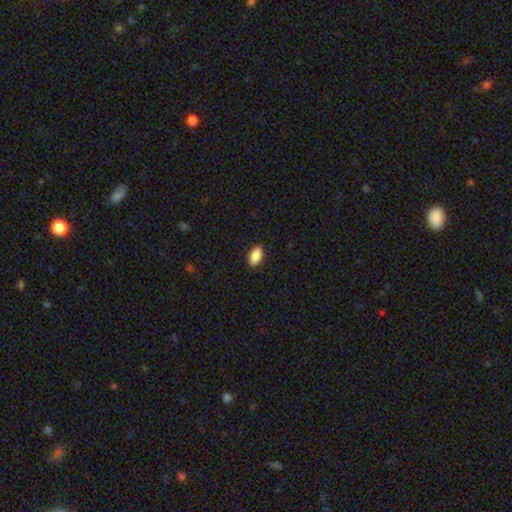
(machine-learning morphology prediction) smooth-or-featured: smooth: 87% | star or artifact: 7% | featured or disk: 6%
  how-rounded: in between: 91% | cigar-shaped: 6% | round: 3%
  merging: none: 88% | minor disturbance: 10% | major disturbance: 2% | merger: 1%